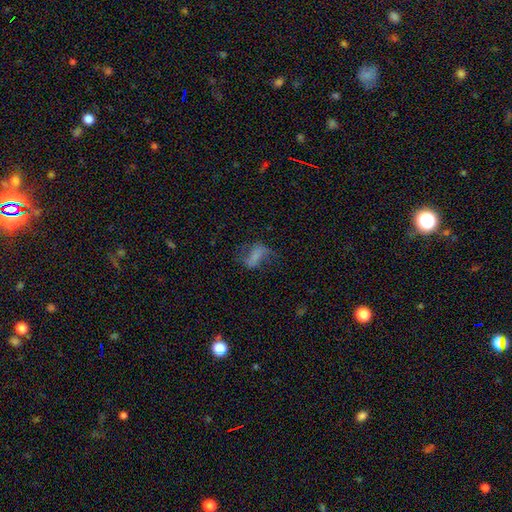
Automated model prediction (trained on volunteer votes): smooth_or_featured: featured or disk (p=0.44) [alt: smooth p=0.41]
merging: none (p=0.43) [alt: major disturbance p=0.32]